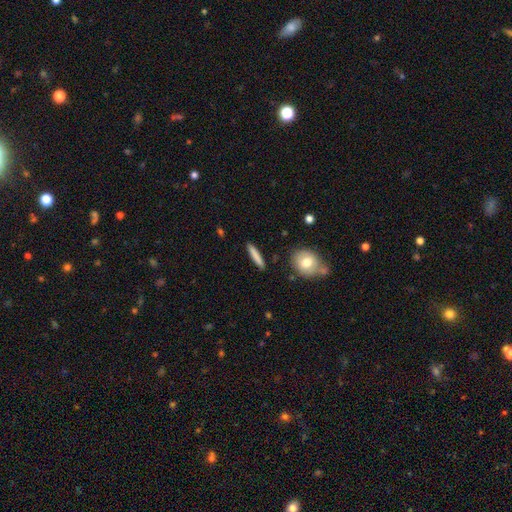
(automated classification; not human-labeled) Smooth or featured? Predicted: smooth (p=0.79). How rounded? Predicted: cigar-shaped (p=0.91). Merging? Predicted: none (p=0.89).